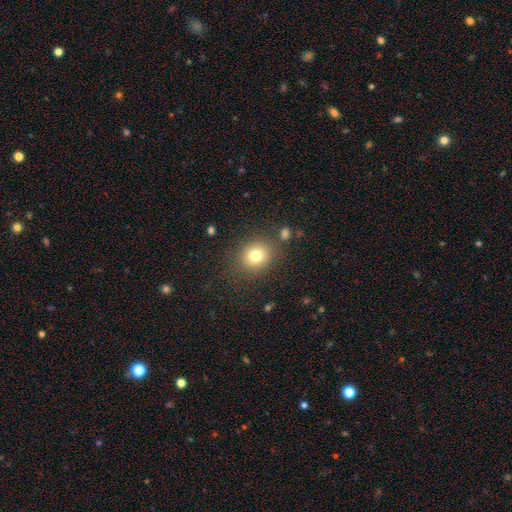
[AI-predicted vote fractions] smooth-or-featured: smooth: 78% | star or artifact: 12% | featured or disk: 10%
  how-rounded: round: 70% | in between: 29% | cigar-shaped: 1%
  merging: none: 80% | minor disturbance: 11% | major disturbance: 5% | merger: 4%